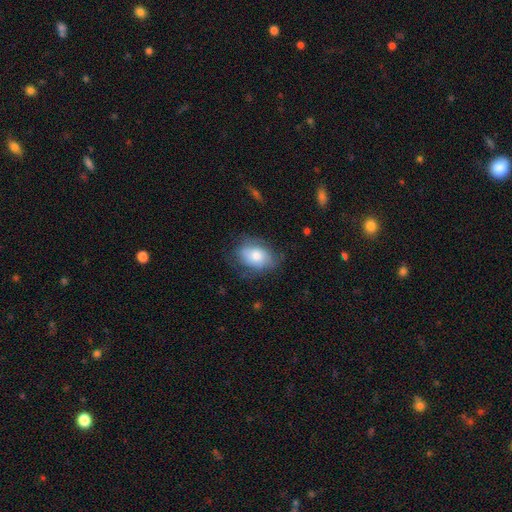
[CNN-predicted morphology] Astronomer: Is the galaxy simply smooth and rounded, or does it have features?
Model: smooth — 68%.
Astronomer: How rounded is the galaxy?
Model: in between — 79%.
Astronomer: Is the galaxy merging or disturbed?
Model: none — 63%.